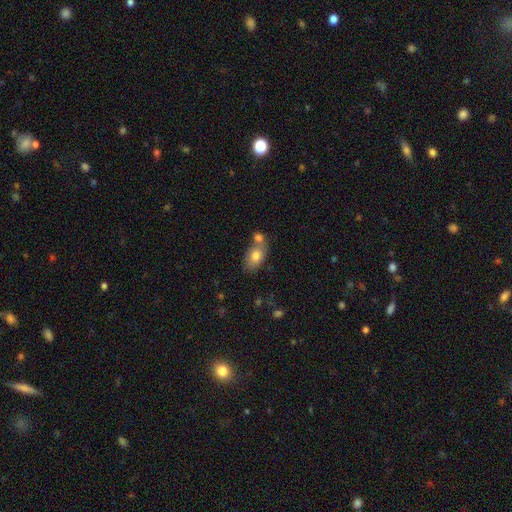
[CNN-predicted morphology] A smooth galaxy with no disk features (77%) that is in between round and cigar-shaped (85%).

Vote fractions:
- Smooth or featured? smooth: 77% / featured or disk: 15% / star or artifact: 8%
- How rounded? in between: 85% / round: 13% / cigar-shaped: 2%
- Merging? merger: 43% / none: 41% / minor disturbance: 12% / major disturbance: 4%